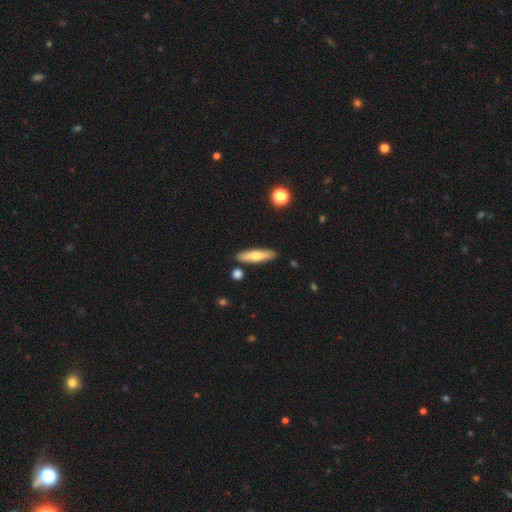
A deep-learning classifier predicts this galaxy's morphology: Smooth or featured: smooth — 61% (featured or disk — 33%)
How rounded: cigar-shaped — 73% (in between — 25%)
Merging: none — 86% (minor disturbance — 8%)